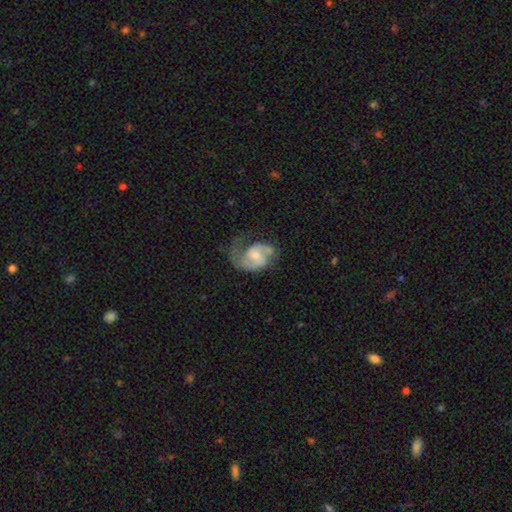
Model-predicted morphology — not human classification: Smooth or featured? featured or disk (76%)
Edge-on disk? no (98%)
Bar? no (56%)
Spiral arms? yes (91%)
Spiral winding? medium (49%)
Spiral arm count? 2 (71%)
Bulge size? moderate (40%, tied with small)
Merging? none (40%)